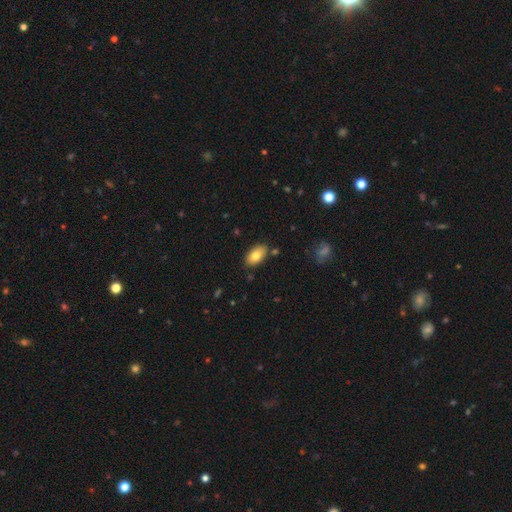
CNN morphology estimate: Smooth or featured: smooth — 79% (featured or disk — 14%)
How rounded: in between — 93% (round — 5%)
Merging: none — 83% (minor disturbance — 12%)